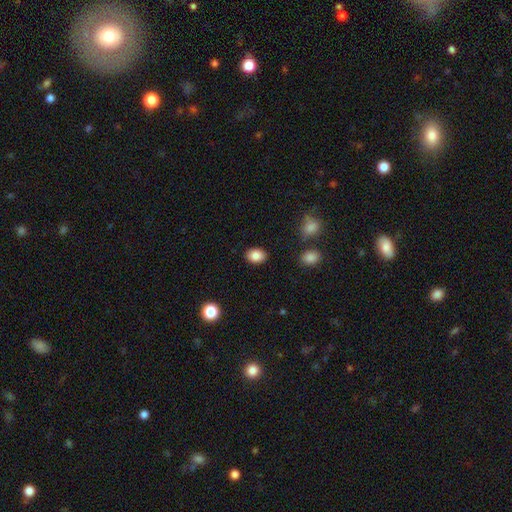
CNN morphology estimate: Smooth or featured: smooth — 87% (star or artifact — 9%)
How rounded: in between — 70% (round — 29%)
Merging: none — 88% (minor disturbance — 8%)